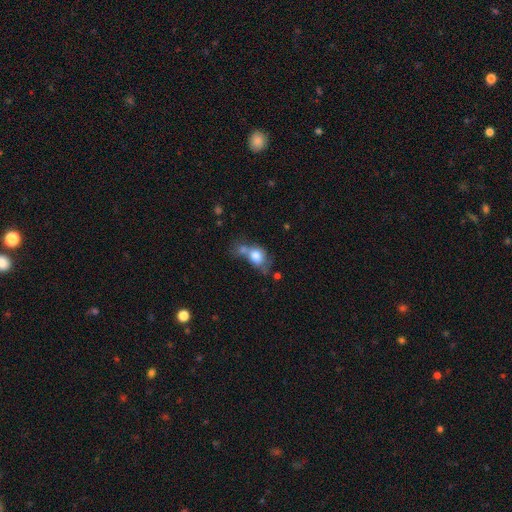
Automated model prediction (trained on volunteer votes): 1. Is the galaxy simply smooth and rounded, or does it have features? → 77% smooth, 14% featured or disk, 9% star or artifact.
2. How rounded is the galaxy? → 52% in between, 46% round, 2% cigar-shaped.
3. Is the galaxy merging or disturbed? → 48% merger, 26% none, 15% minor disturbance, 11% major disturbance.